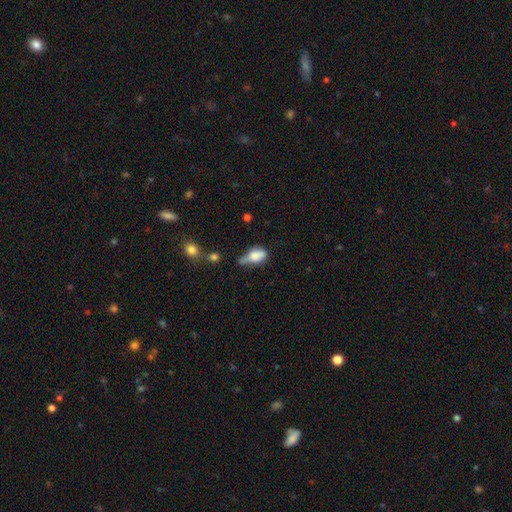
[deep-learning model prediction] Smooth or featured? smooth (74%)
How rounded? in between (84%)
Merging? minor disturbance (39%)